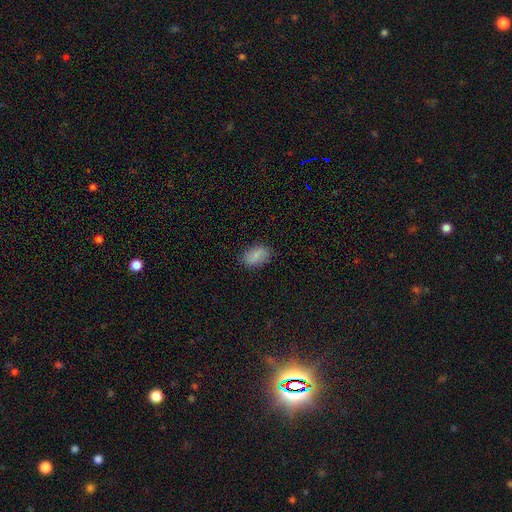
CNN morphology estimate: Smooth or featured? smooth (80%)
How rounded? in between (90%)
Merging? none (82%)